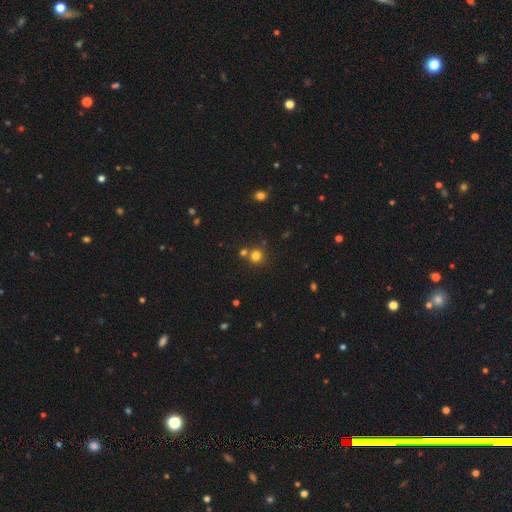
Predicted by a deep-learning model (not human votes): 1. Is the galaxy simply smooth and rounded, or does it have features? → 77% smooth, 17% star or artifact, 7% featured or disk.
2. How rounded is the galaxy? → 91% round, 8% in between, 1% cigar-shaped.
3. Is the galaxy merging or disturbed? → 68% none, 22% merger, 8% minor disturbance, 3% major disturbance.